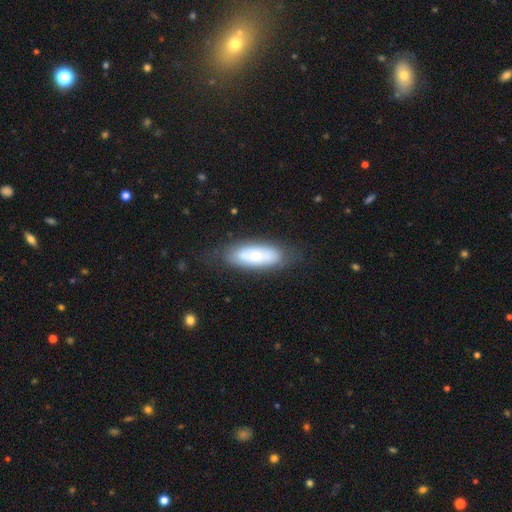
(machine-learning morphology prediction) Q: Smooth or featured?
A: smooth (55%); runner-up: featured or disk (38%)
Q: How rounded?
A: in between (73%); runner-up: cigar-shaped (24%)
Q: Merging?
A: none (74%); runner-up: minor disturbance (17%)